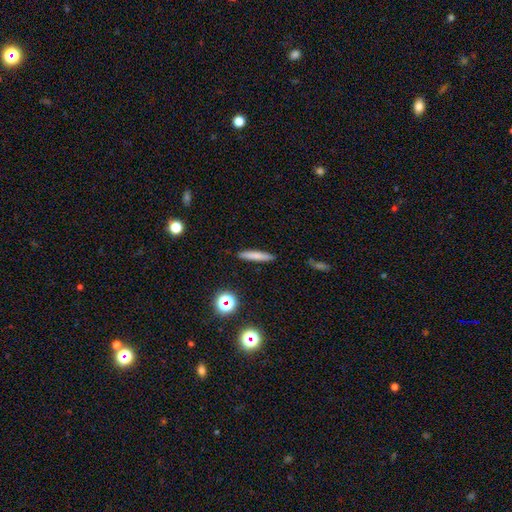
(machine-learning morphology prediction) Smooth or featured: smooth — 74% (featured or disk — 16%)
How rounded: cigar-shaped — 90% (in between — 8%)
Merging: none — 90% (minor disturbance — 7%)